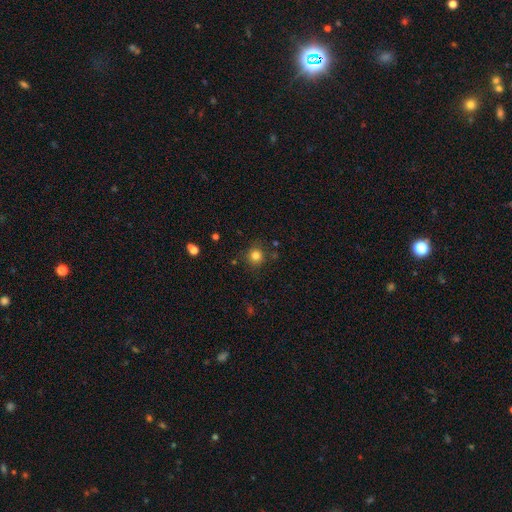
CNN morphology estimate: A smooth galaxy with no disk features (81%) that is round (93%). Merging: none (86%).